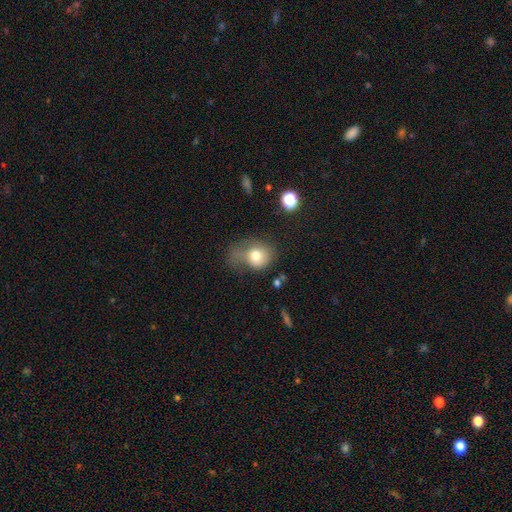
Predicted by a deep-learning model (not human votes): The model was most divided on "merging": major disturbance: 38%, minor disturbance: 29%, none: 28%, merger: 5%. More confident: smooth or featured — smooth (74%); how rounded — round (63%).